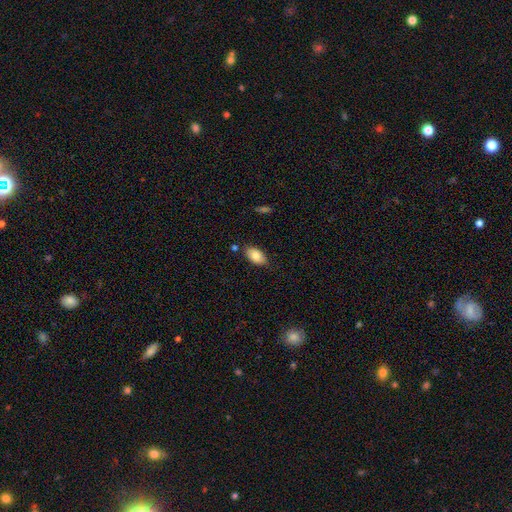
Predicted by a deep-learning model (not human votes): Smooth or featured?
  - smooth: 84% *
  - featured or disk: 9%
  - star or artifact: 7%
How rounded?
  - in between: 93% *
  - round: 4%
  - cigar-shaped: 2%
Merging?
  - none: 79% *
  - minor disturbance: 14%
  - merger: 4%
  - major disturbance: 3%